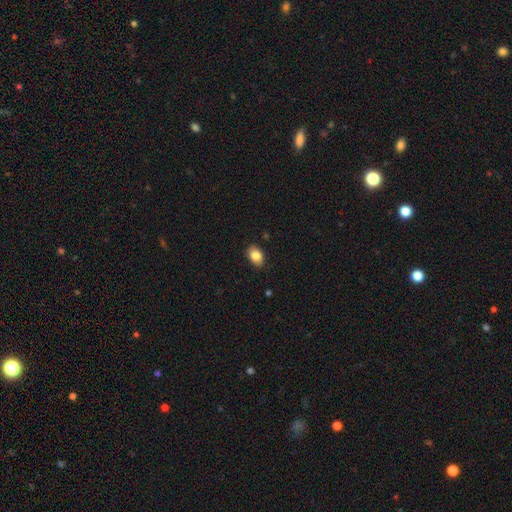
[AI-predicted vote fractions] Morphology: type=smooth (84%); roundness=in between (83%); merging=none (86%).